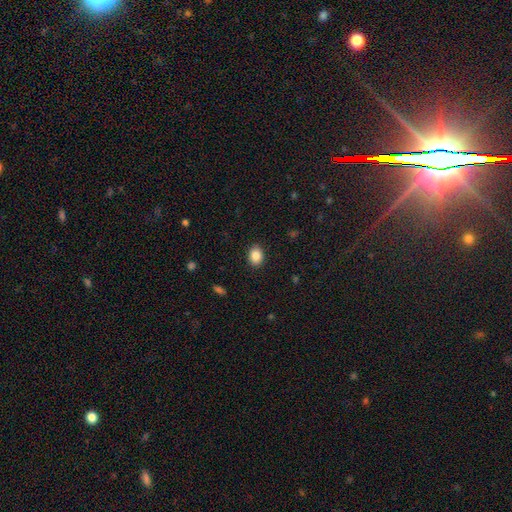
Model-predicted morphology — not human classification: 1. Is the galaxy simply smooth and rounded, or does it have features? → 87% smooth, 8% star or artifact, 5% featured or disk.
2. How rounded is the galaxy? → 67% in between, 32% round, 1% cigar-shaped.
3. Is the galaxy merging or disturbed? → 89% none, 8% minor disturbance, 2% major disturbance, 1% merger.